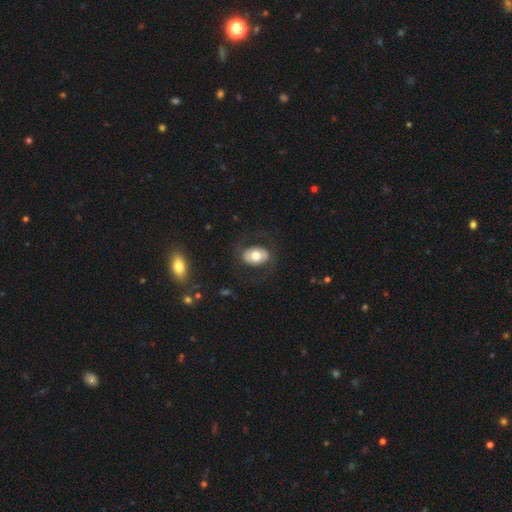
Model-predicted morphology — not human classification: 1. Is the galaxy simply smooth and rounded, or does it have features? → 63% smooth, 30% featured or disk, 7% star or artifact.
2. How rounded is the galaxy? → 79% in between, 19% round, 1% cigar-shaped.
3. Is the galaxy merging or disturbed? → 78% none, 12% minor disturbance, 9% major disturbance, 1% merger.